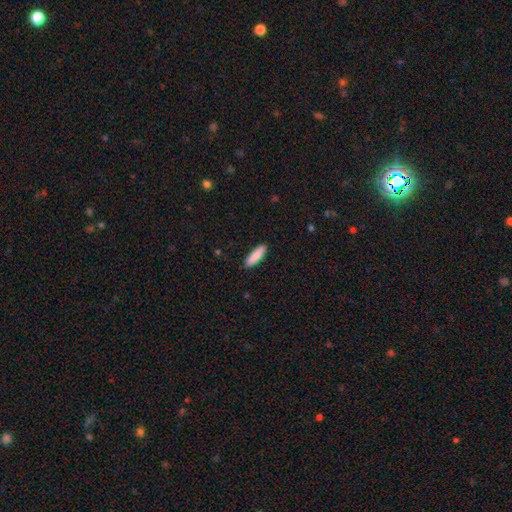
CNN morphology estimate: The model was most divided on "how rounded": cigar-shaped: 67%, in between: 32%, round: 1%. More confident: merging — none (90%); smooth or featured — smooth (87%).